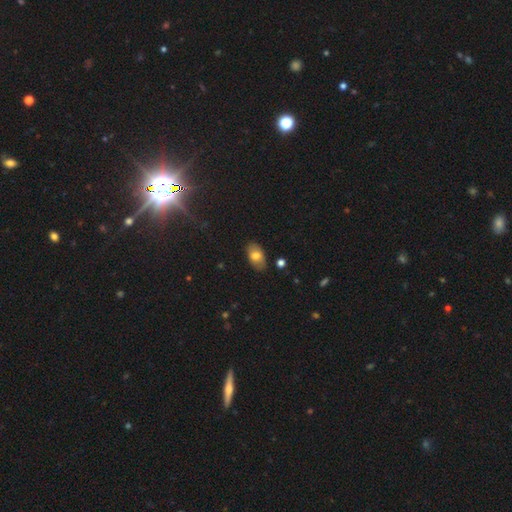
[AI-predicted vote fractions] Smooth or featured?
  - smooth: 73% *
  - featured or disk: 19%
  - star or artifact: 8%
How rounded?
  - in between: 92% *
  - round: 6%
  - cigar-shaped: 2%
Merging?
  - none: 83% *
  - minor disturbance: 13%
  - major disturbance: 2%
  - merger: 1%